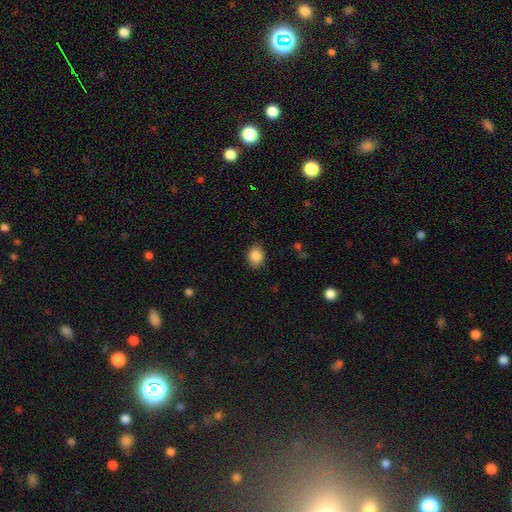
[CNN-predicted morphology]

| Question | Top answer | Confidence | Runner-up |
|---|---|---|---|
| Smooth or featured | smooth | 87% | star or artifact (9%) |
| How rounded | in between | 54% | round (45%) |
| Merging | none | 86% | minor disturbance (10%) |